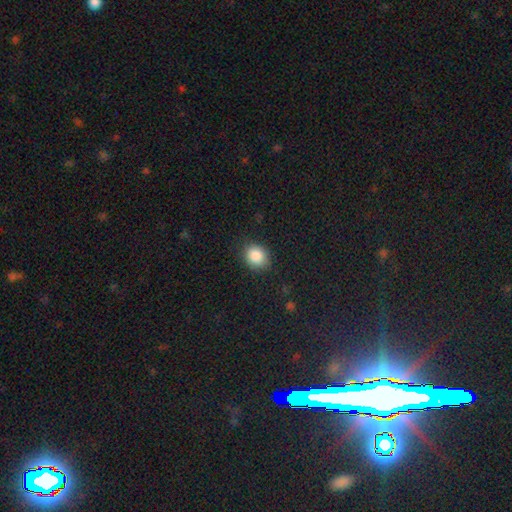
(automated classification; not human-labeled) smooth-or-featured: smooth: 87% | star or artifact: 9% | featured or disk: 4%
  how-rounded: round: 61% | in between: 38% | cigar-shaped: 1%
  merging: none: 83% | minor disturbance: 12% | major disturbance: 3% | merger: 1%